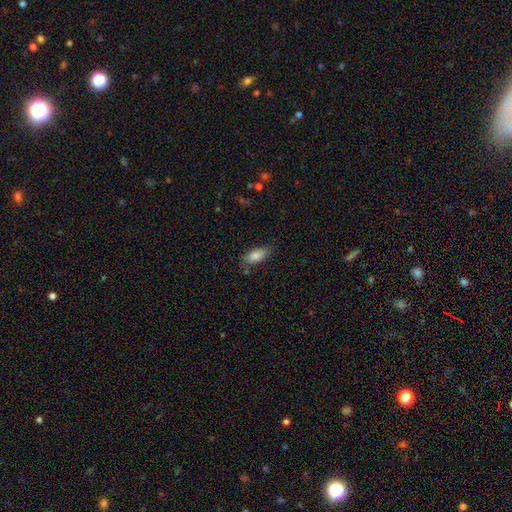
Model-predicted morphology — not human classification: A smooth galaxy with no disk features (85%) that is in between round and cigar-shaped (87%). Merging: none (73%).